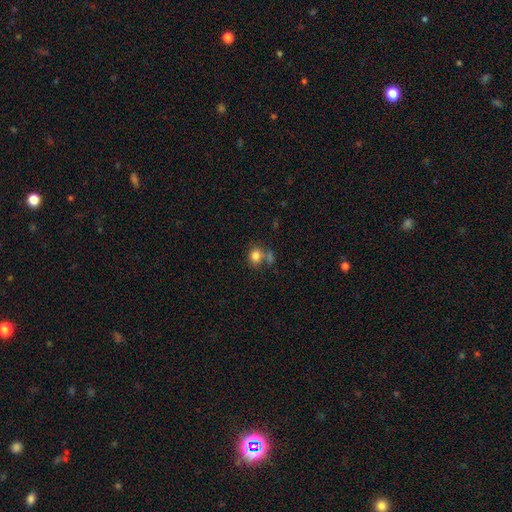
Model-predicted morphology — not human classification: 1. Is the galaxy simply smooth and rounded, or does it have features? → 81% smooth, 11% star or artifact, 8% featured or disk.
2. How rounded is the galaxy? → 58% round, 41% in between, 1% cigar-shaped.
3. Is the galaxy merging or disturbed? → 52% none, 27% merger, 14% minor disturbance, 7% major disturbance.